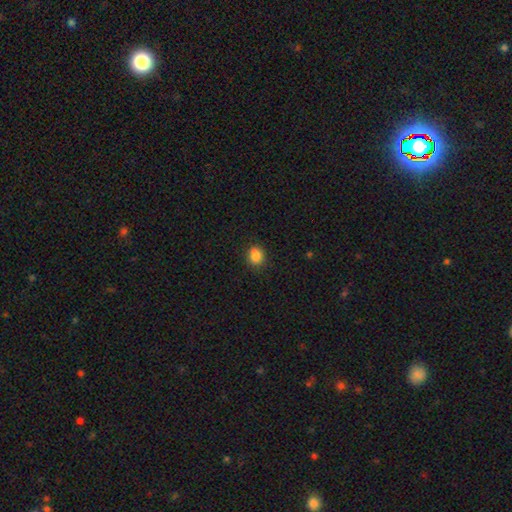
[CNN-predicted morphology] smooth_or_featured: smooth (p=0.85) [alt: star or artifact p=0.11]
how_rounded: round (p=0.66) [alt: in between p=0.33]
merging: none (p=0.77) [alt: minor disturbance p=0.15]